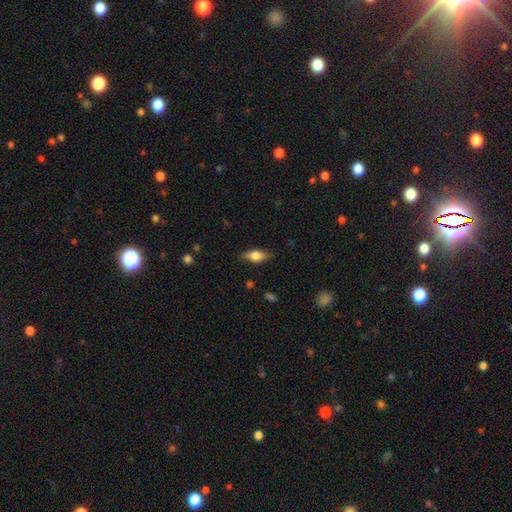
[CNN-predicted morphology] Smooth or featured: smooth — 73% (featured or disk — 19%)
How rounded: in between — 79% (cigar-shaped — 17%)
Merging: none — 82% (minor disturbance — 14%)